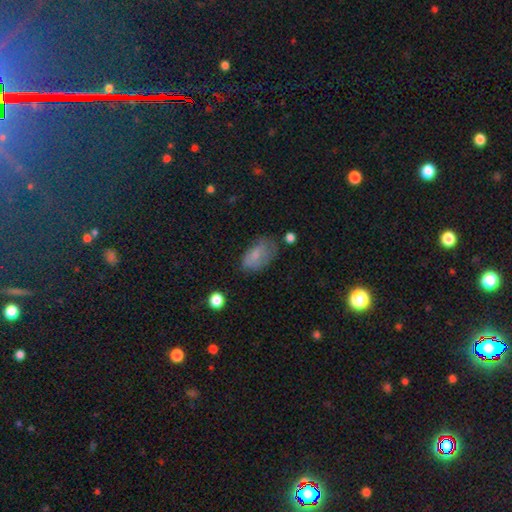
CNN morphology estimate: Smooth or featured? smooth (70%)
How rounded? in between (91%)
Merging? none (55%)